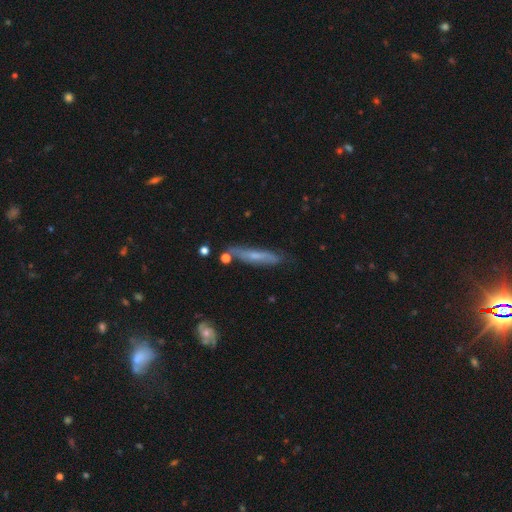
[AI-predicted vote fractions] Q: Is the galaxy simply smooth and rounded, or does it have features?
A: featured or disk — 49%.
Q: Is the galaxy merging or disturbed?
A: none — 72%.